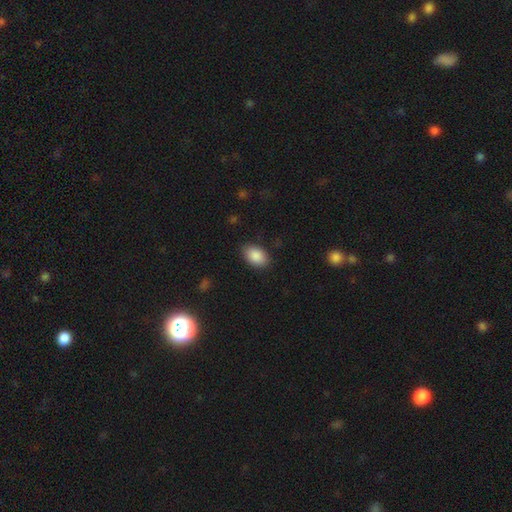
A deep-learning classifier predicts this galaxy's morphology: smooth-or-featured: smooth: 88% | star or artifact: 7% | featured or disk: 4%
  how-rounded: in between: 89% | round: 10% | cigar-shaped: 1%
  merging: none: 85% | minor disturbance: 11% | major disturbance: 3% | merger: 1%